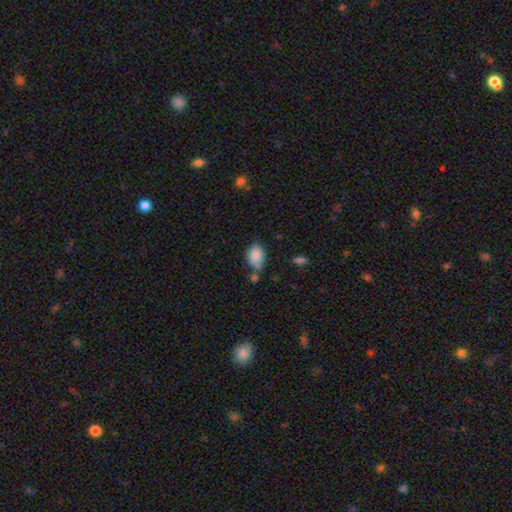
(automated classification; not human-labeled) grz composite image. It shows a smooth galaxy with no disk features (85%) that is in between round and cigar-shaped (80%). Merging: none (53%).